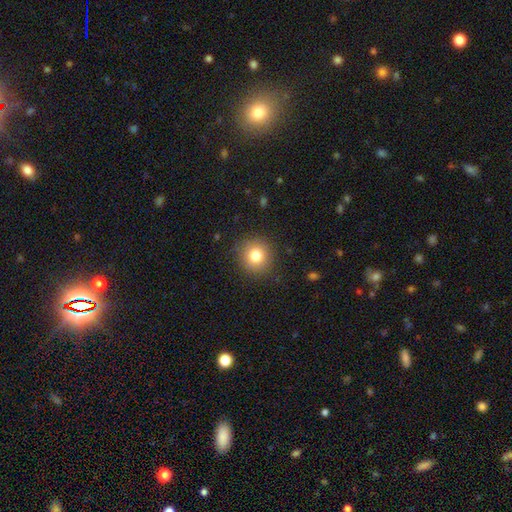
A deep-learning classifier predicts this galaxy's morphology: Smooth or featured: smooth — 80% (star or artifact — 11%)
How rounded: round — 91% (in between — 8%)
Merging: none — 89% (minor disturbance — 8%)